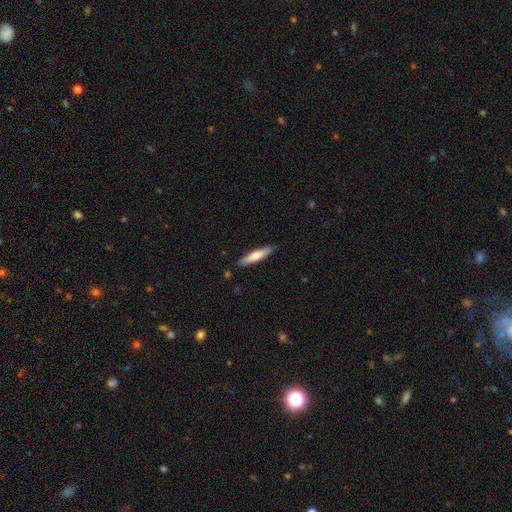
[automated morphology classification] This appears to be a smooth galaxy with no disk features (68%) that is cigar-shaped (82%). Merging: none (87%).